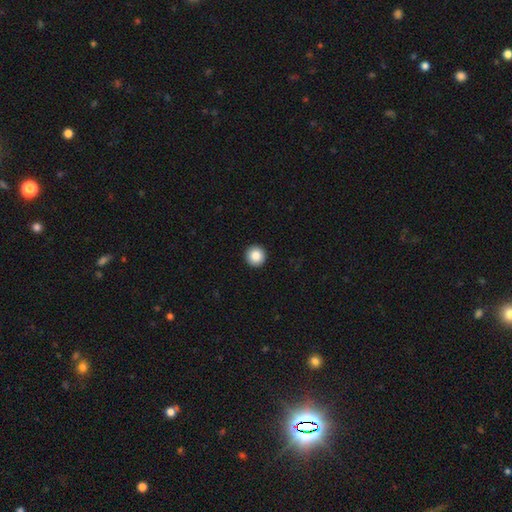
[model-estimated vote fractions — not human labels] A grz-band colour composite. It shows a smooth galaxy with no disk features (87%) that is round (96%). Merging: none (94%).